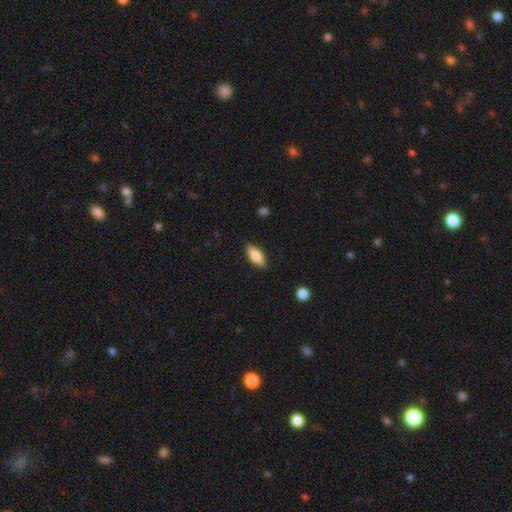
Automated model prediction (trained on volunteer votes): smooth_or_featured: smooth (p=0.74) [alt: featured or disk p=0.20]
how_rounded: in between (p=0.71) [alt: cigar-shaped p=0.27]
merging: none (p=0.87) [alt: minor disturbance p=0.10]